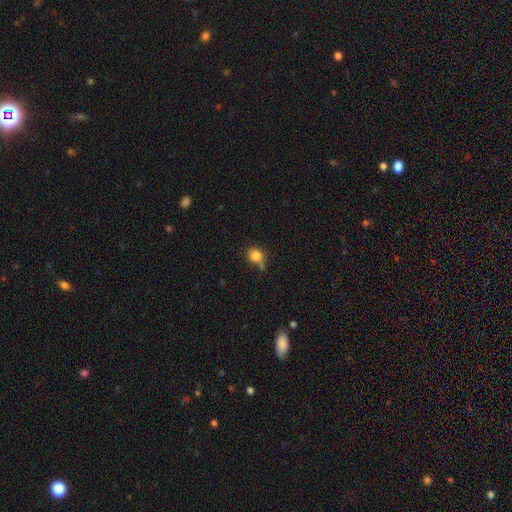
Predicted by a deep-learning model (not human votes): Overall: smooth (83%). How rounded: round (75%). Merging: none (50%; minor disturbance 28%).